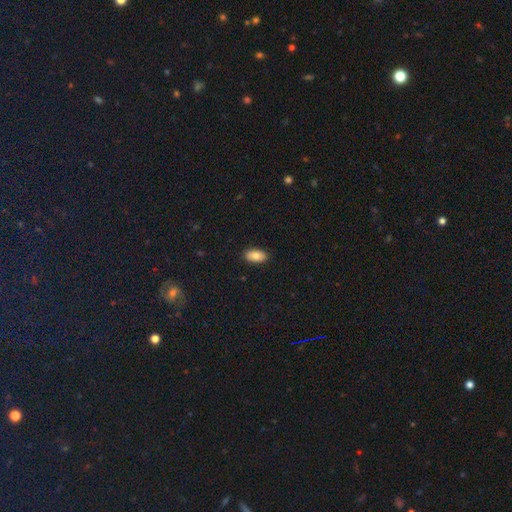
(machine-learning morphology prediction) Q: Smooth or featured?
A: smooth (83%); runner-up: featured or disk (10%)
Q: How rounded?
A: in between (93%); runner-up: round (3%)
Q: Merging?
A: none (89%); runner-up: minor disturbance (8%)